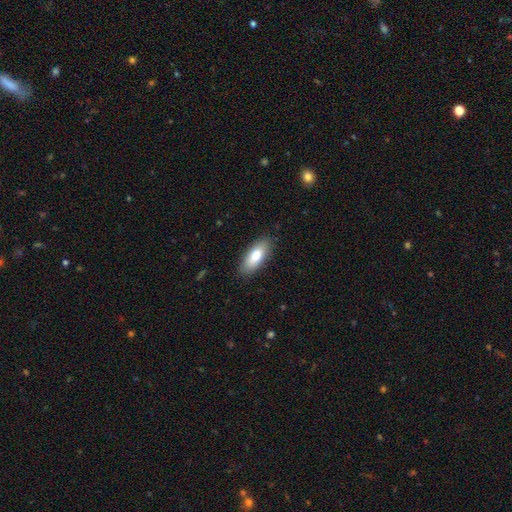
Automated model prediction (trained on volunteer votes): smooth 81%, featured or disk 13%, star or artifact 6%. Down the decision tree: how rounded — in between (79%); merging — none (87%).